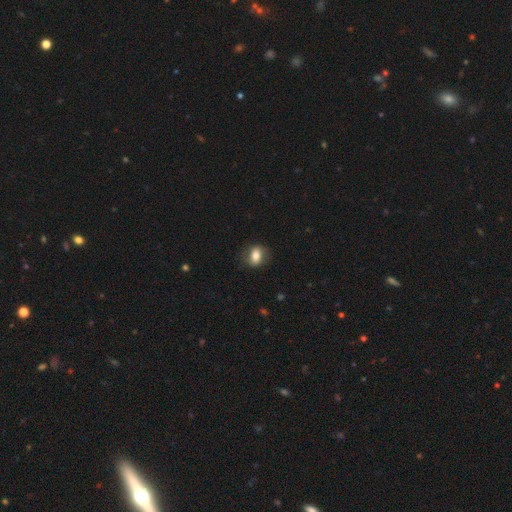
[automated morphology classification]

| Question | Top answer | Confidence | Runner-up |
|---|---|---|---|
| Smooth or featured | smooth | 73% | featured or disk (19%) |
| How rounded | in between | 69% | round (29%) |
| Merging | none | 79% | minor disturbance (15%) |